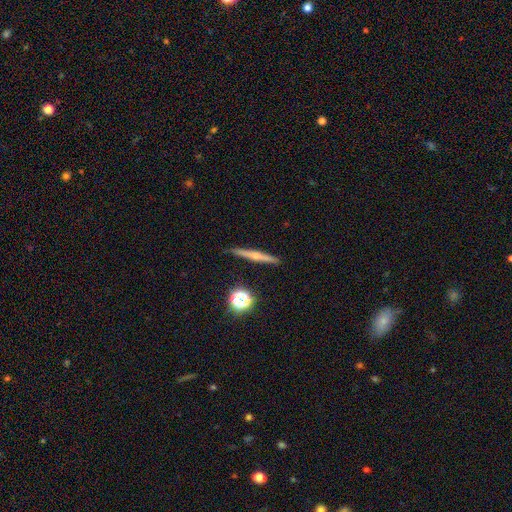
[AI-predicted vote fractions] Q: Smooth or featured?
A: featured or disk (53%); runner-up: smooth (37%)
Q: Edge-on disk?
A: yes (97%); runner-up: no (3%)
Q: Edge-on bulge?
A: rounded (62%); runner-up: none (32%)
Q: Merging?
A: none (89%); runner-up: minor disturbance (8%)